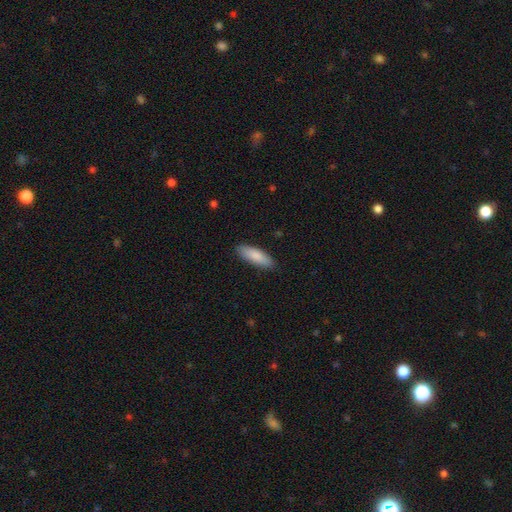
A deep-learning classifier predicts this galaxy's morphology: A smooth galaxy with no disk features (86%) that is in between round and cigar-shaped (57%).

Vote fractions:
- Smooth or featured? smooth: 86% / featured or disk: 9% / star or artifact: 5%
- How rounded? in between: 57% / cigar-shaped: 41% / round: 2%
- Merging? none: 88% / minor disturbance: 9% / major disturbance: 2% / merger: 1%